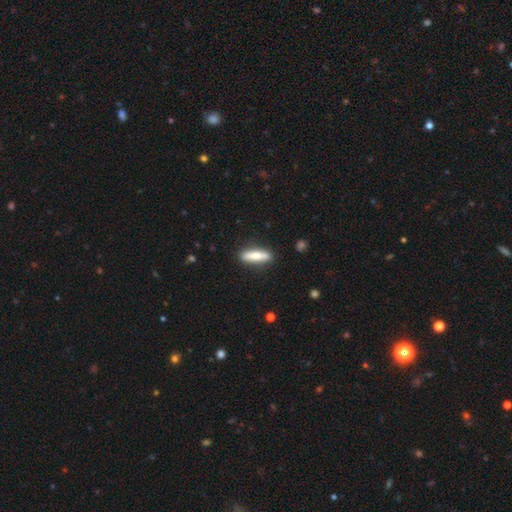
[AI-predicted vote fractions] smooth-or-featured: smooth: 67% | featured or disk: 27% | star or artifact: 6%
  how-rounded: cigar-shaped: 74% | in between: 25% | round: 2%
  merging: none: 87% | minor disturbance: 9% | major disturbance: 2% | merger: 2%